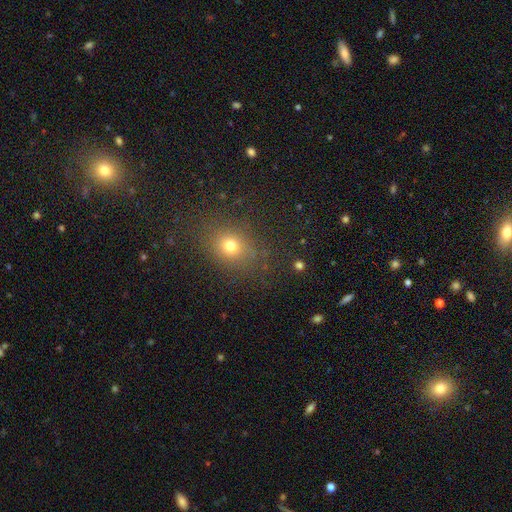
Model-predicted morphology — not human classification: Smooth or featured? smooth (59%)
How rounded? round (56%)
Merging? none (83%)